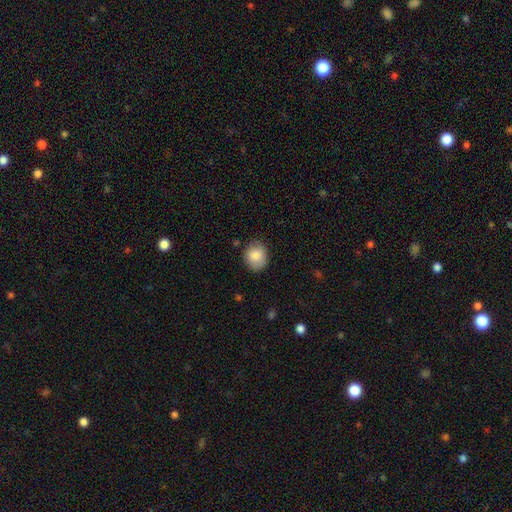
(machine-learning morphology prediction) type=smooth (83%); roundness=round (71%); merging=none (80%).